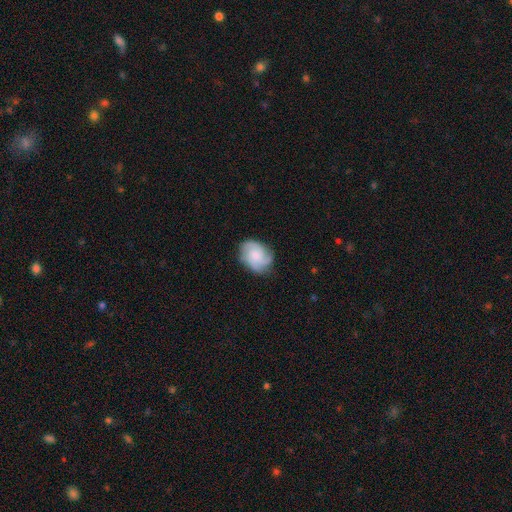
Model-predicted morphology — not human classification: Smooth or featured?
  - featured or disk: 69% *
  - smooth: 24%
  - star or artifact: 7%
Edge-on disk?
  - no: 98% *
  - yes: 2%
Bar?
  - no: 76% *
  - weak: 22%
  - strong: 2%
Spiral arms?
  - yes: 96% *
  - no: 4%
Spiral winding?
  - tight: 44% *
  - medium: 42%
  - loose: 13%
Spiral arm count?
  - 3: 55% *
  - 4: 16%
  - can't tell: 12%
  - 2: 9%
  - 1: 4%
  - more than 4: 4%
Bulge size?
  - small: 52% *
  - moderate: 36%
  - none: 7%
  - large: 4%
  - dominant: 1%
Merging?
  - none: 75% *
  - minor disturbance: 18%
  - major disturbance: 5%
  - merger: 1%